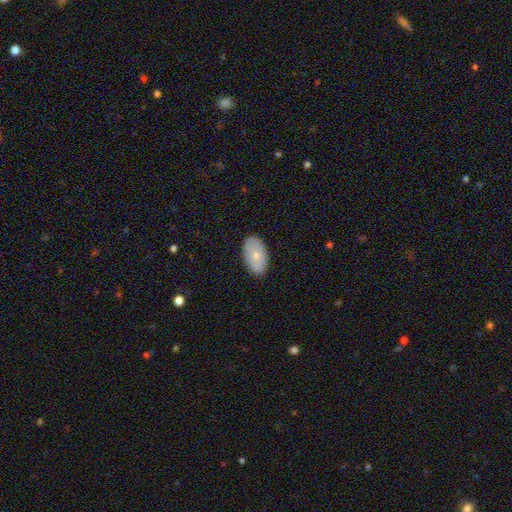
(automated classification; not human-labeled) smooth 72%, featured or disk 22%, star or artifact 6%. Down the decision tree: how rounded — in between (94%); merging — none (88%).